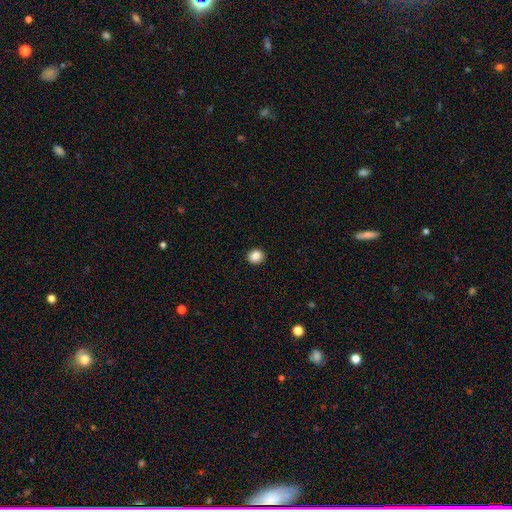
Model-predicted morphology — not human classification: type=smooth (87%); roundness=round (84%); merging=none (93%).